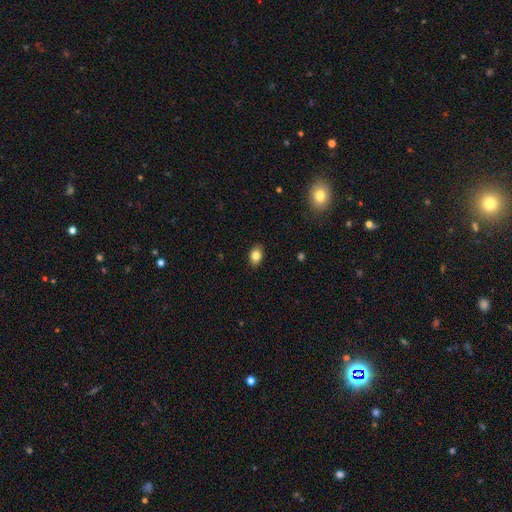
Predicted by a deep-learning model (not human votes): A smooth galaxy with no disk features (83%) that is in between round and cigar-shaped (80%). Merging: none (88%).